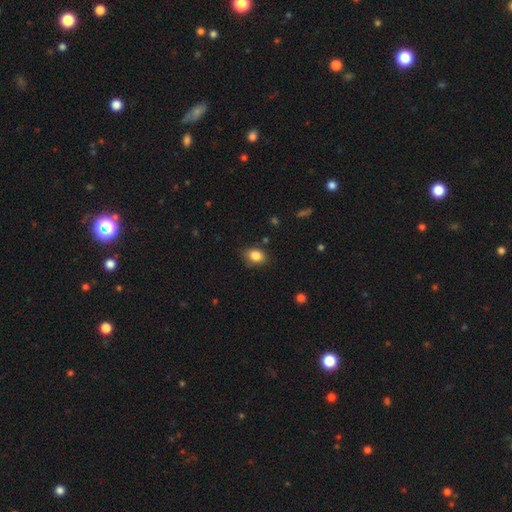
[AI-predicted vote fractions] This appears to be a smooth galaxy with no disk features (85%) that is in between round and cigar-shaped (71%). Merging: none (77%).